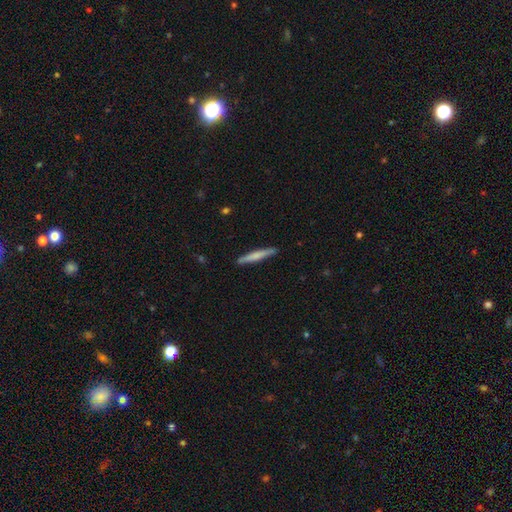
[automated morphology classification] Smooth or featured?
  - smooth: 60% *
  - featured or disk: 35%
  - star or artifact: 5%
How rounded?
  - cigar-shaped: 95% *
  - in between: 3%
  - round: 1%
Merging?
  - none: 89% *
  - minor disturbance: 8%
  - major disturbance: 2%
  - merger: 1%